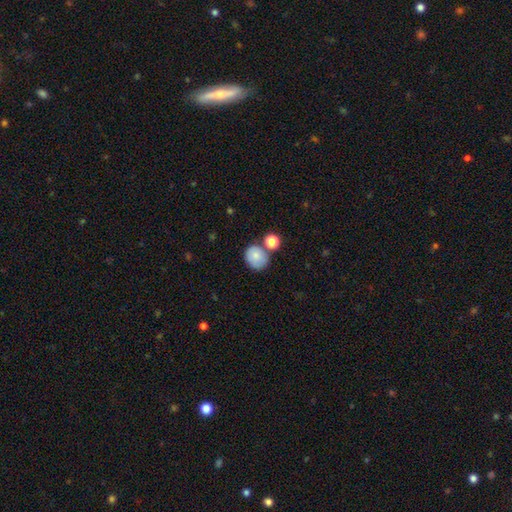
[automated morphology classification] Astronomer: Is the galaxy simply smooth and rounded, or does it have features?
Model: smooth — 81%.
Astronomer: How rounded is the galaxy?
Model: round — 73%.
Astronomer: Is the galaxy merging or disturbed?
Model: none — 60%.